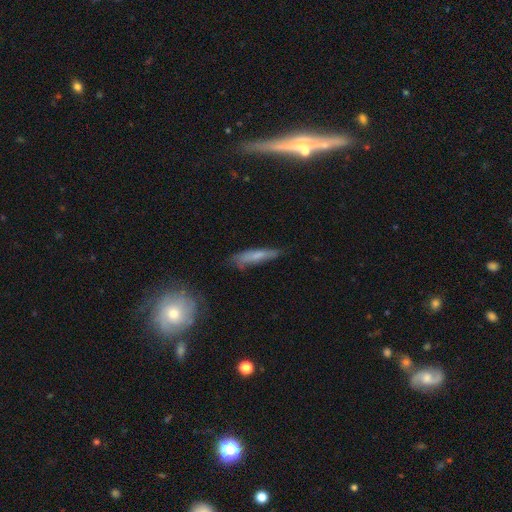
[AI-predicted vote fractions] A smooth galaxy with no disk features (59%) that is cigar-shaped (85%). Merging: none (67%).